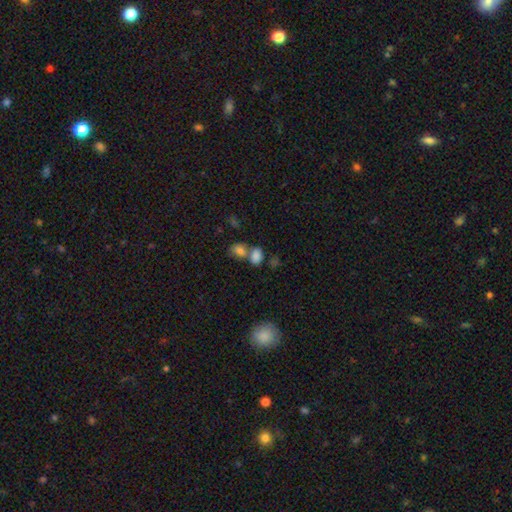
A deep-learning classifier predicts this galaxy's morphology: This is clearly a smooth galaxy (81%). How rounded: likely in between (79%). Merging: possibly merger (48%).